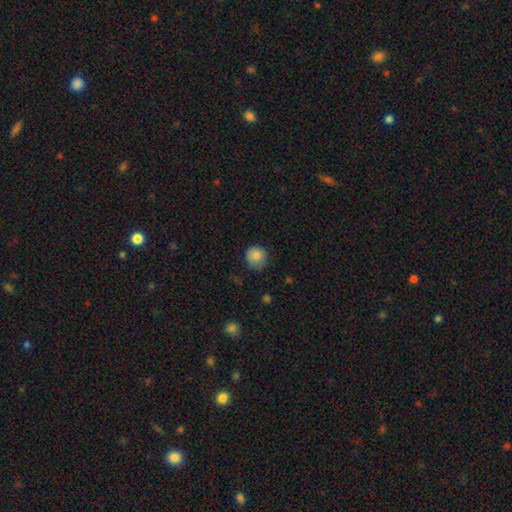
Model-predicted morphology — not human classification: Smooth or featured? Predicted: smooth (p=0.82). How rounded? Predicted: round (p=0.88). Merging? Predicted: none (p=0.70).